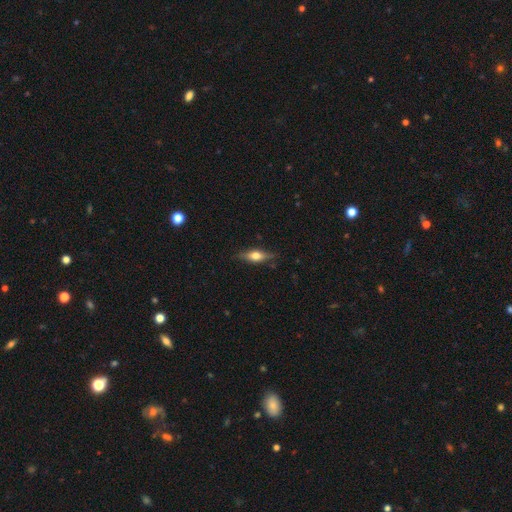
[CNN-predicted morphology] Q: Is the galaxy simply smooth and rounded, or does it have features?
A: featured or disk — 51%.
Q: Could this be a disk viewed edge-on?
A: yes — 91%.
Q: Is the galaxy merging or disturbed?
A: none — 82%.